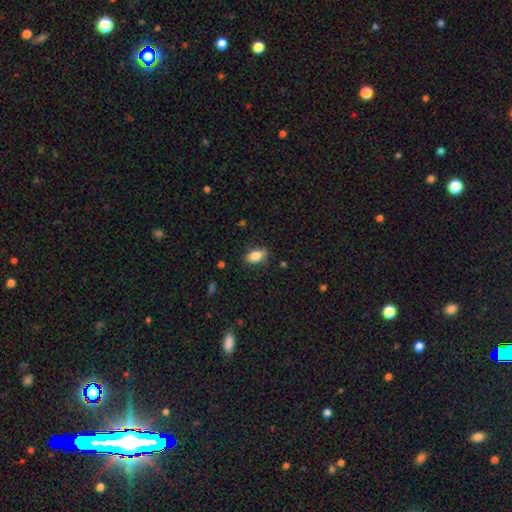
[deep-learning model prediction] A smooth galaxy with no disk features (83%) that is in between round and cigar-shaped (87%).

Vote fractions:
- Smooth or featured? smooth: 83% / featured or disk: 9% / star or artifact: 8%
- How rounded? in between: 87% / round: 8% / cigar-shaped: 5%
- Merging? none: 81% / minor disturbance: 14% / major disturbance: 3% / merger: 1%